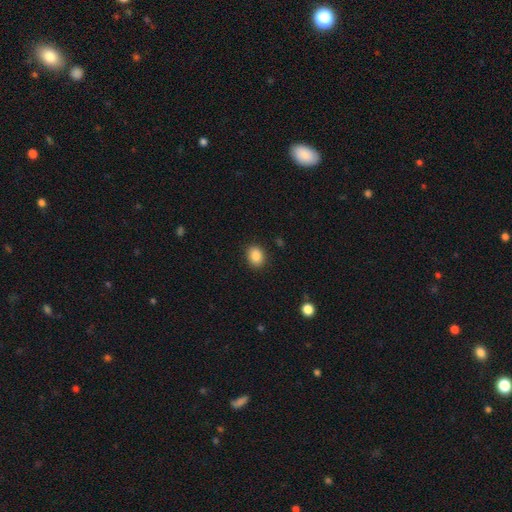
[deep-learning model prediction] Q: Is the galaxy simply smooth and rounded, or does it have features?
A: smooth — 88%.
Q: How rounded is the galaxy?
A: in between — 54%.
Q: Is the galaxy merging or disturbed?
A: none — 88%.